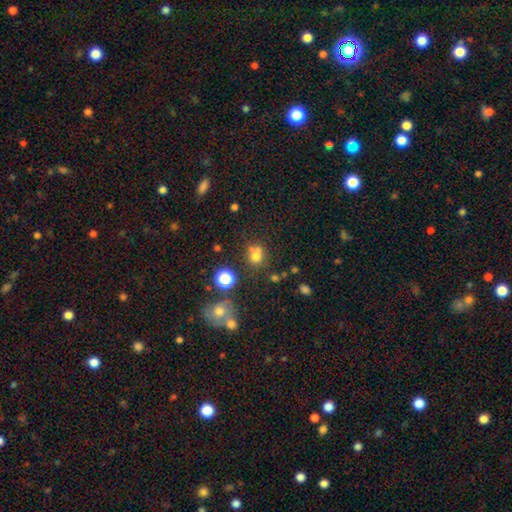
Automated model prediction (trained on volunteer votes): Smooth or featured? smooth (69%)
How rounded? round (78%)
Merging? none (52%)